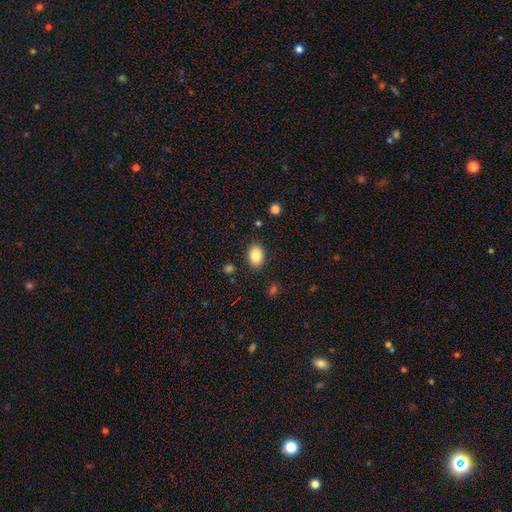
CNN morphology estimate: This appears to be a smooth galaxy with no disk features (85%) that is in between round and cigar-shaped (74%). Merging: none (87%).